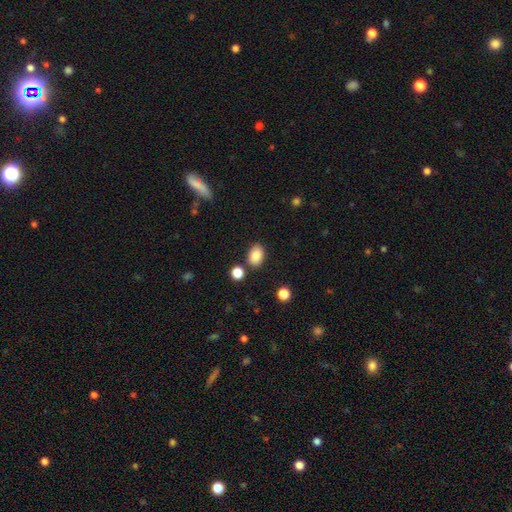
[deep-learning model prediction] Q: Smooth or featured?
A: smooth (86%); runner-up: star or artifact (9%)
Q: How rounded?
A: in between (81%); runner-up: round (18%)
Q: Merging?
A: none (82%); runner-up: minor disturbance (10%)